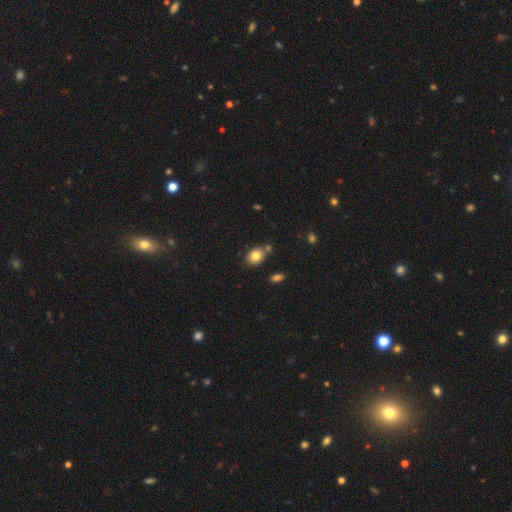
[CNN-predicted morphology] smooth-or-featured: smooth: 82% | star or artifact: 9% | featured or disk: 9%
  how-rounded: in between: 64% | round: 34% | cigar-shaped: 1%
  merging: none: 71% | minor disturbance: 14% | merger: 12% | major disturbance: 3%